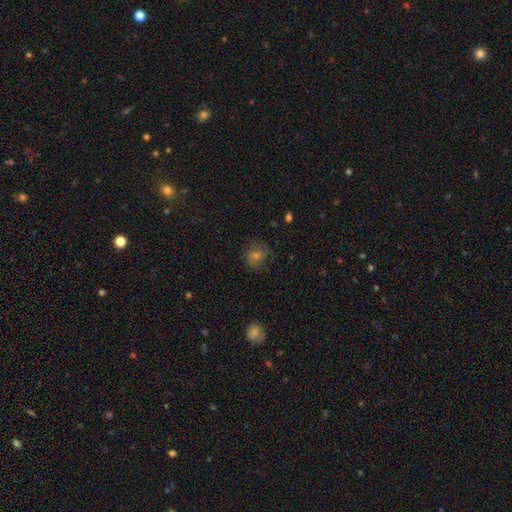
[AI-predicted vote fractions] Morphology: type=smooth (41%); merging=none (79%).